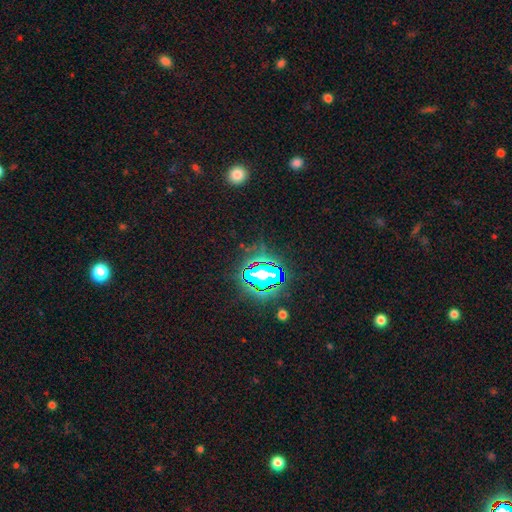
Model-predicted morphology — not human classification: This appears to be a star or artifact, not a galaxy (83%).